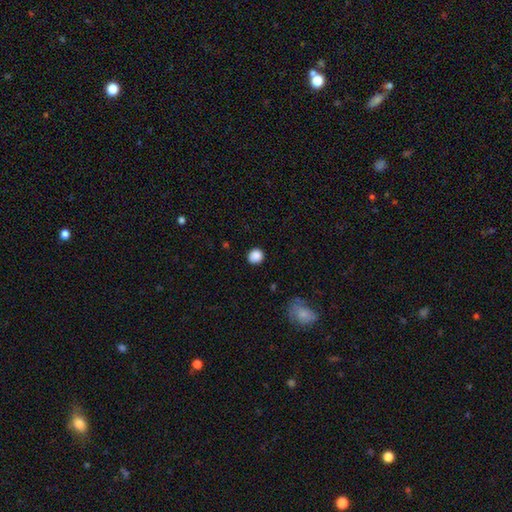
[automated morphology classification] type=smooth (88%); roundness=round (88%); merging=none (89%).